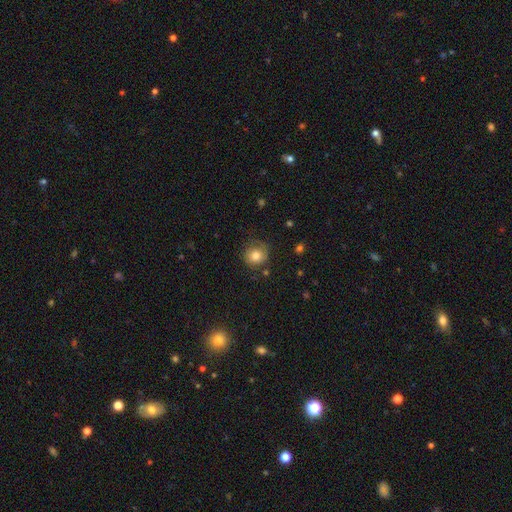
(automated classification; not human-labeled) Overall: smooth (73%). How rounded: round (85%). Merging: none (68%).